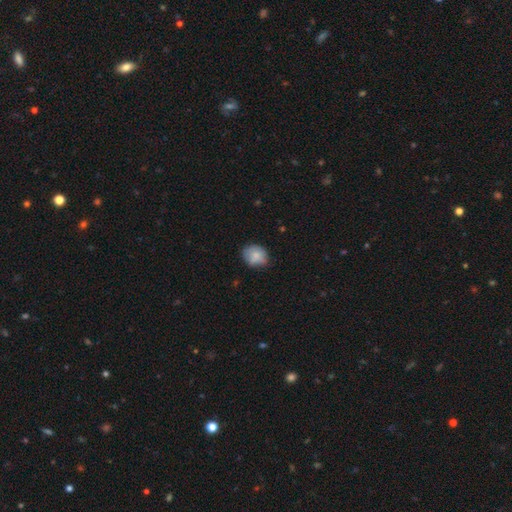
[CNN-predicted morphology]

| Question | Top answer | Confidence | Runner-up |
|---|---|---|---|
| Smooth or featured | smooth | 78% | featured or disk (14%) |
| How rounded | round | 55% | in between (44%) |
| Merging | none | 63% | minor disturbance (29%) |